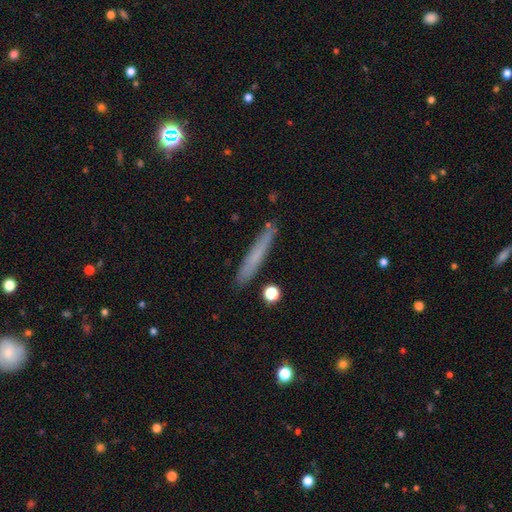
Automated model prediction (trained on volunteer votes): The model was most divided on "smooth or featured": smooth: 64%, featured or disk: 28%, star or artifact: 8%. More confident: how rounded — cigar-shaped (95%); merging — none (87%).